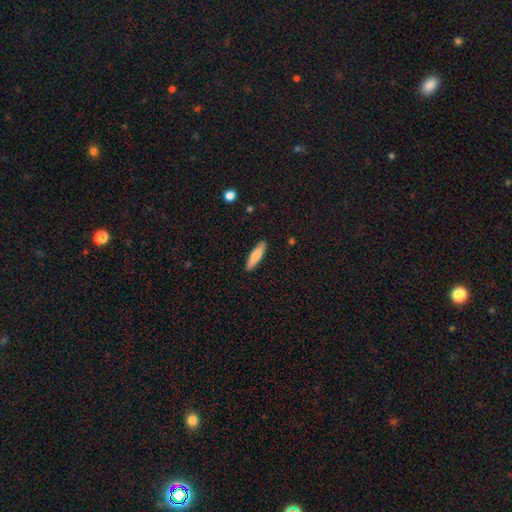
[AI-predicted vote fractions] smooth 77%, featured or disk 17%, star or artifact 6%. Down the decision tree: how rounded — cigar-shaped (76%); merging — none (90%).